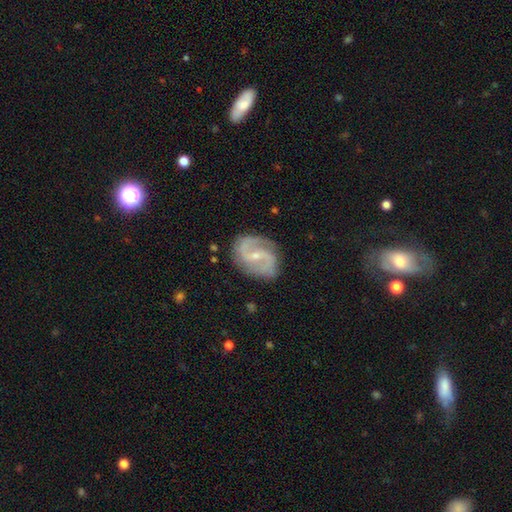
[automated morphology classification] featured or disk 88%, smooth 7%, star or artifact 5%. Down the decision tree: edge-on disk — no (98%); bar — weak (48%); spiral arms — yes (96%); spiral arm count — 2 (89%); spiral winding — medium (50%); bulge size — small (71%); merging — none (78%).